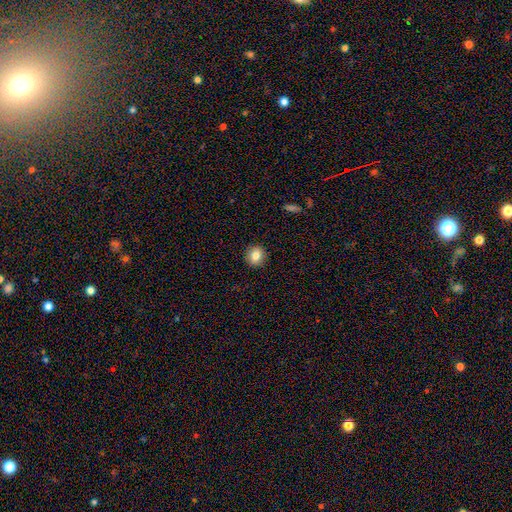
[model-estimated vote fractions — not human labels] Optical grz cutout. It shows a smooth galaxy with no disk features (82%) that is round (88%). Merging: none (92%).